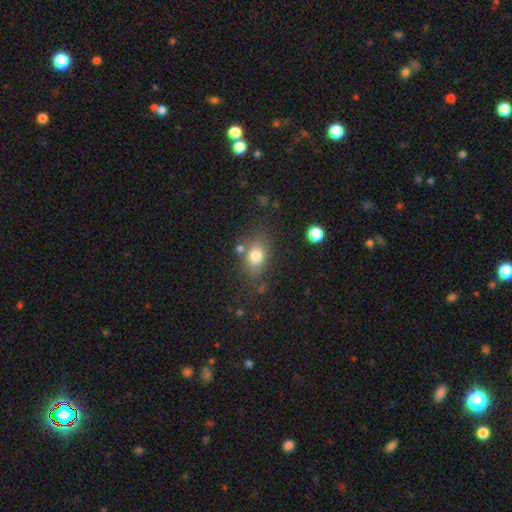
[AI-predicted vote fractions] Overall: smooth (78%). How rounded: in between (66%; round 33%). Merging: none (70%).